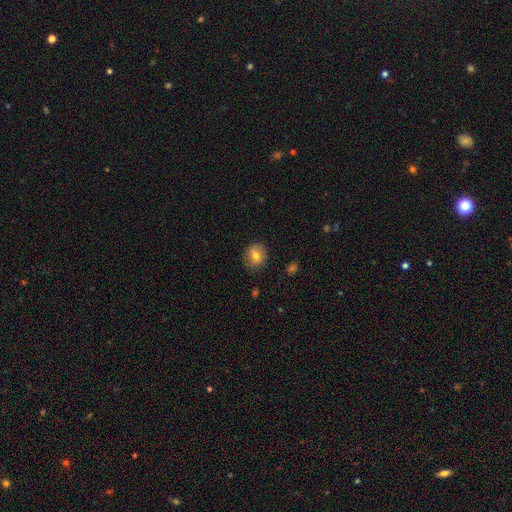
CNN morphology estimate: The model was most divided on "smooth or featured": smooth: 69%, featured or disk: 21%, star or artifact: 10%. More confident: merging — none (85%); how rounded — round (77%).